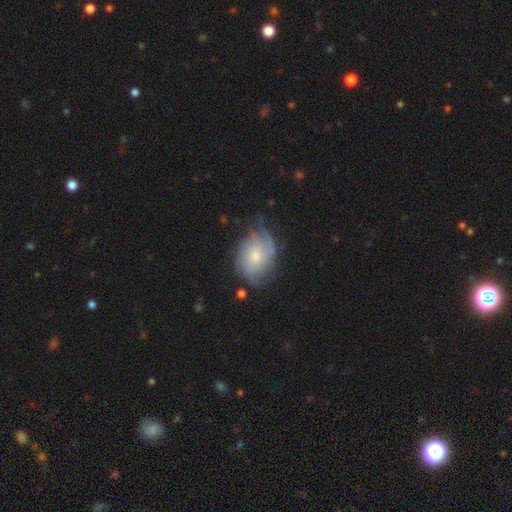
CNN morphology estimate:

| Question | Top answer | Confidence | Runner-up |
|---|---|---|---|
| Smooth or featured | smooth | 47% | featured or disk (46%) |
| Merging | none | 52% | minor disturbance (32%) |